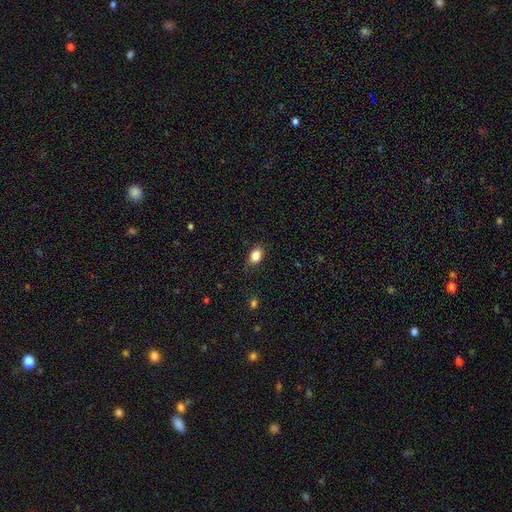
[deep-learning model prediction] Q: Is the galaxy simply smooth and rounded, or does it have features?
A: smooth — 85%.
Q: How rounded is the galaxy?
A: in between — 76%.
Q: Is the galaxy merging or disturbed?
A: none — 79%.